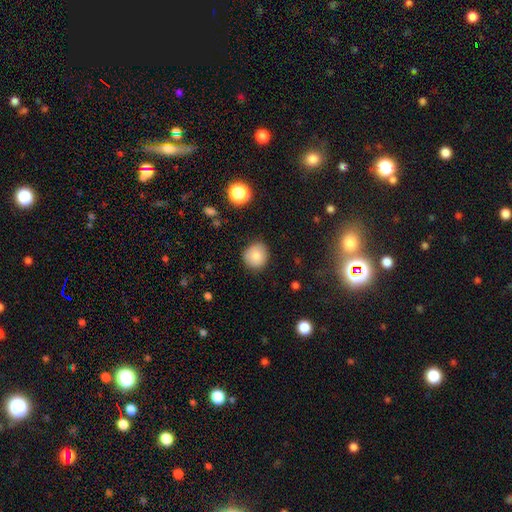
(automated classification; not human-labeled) smooth-or-featured: smooth: 84% | star or artifact: 9% | featured or disk: 7%
  how-rounded: round: 87% | in between: 12% | cigar-shaped: 1%
  merging: none: 85% | minor disturbance: 11% | major disturbance: 3% | merger: 1%